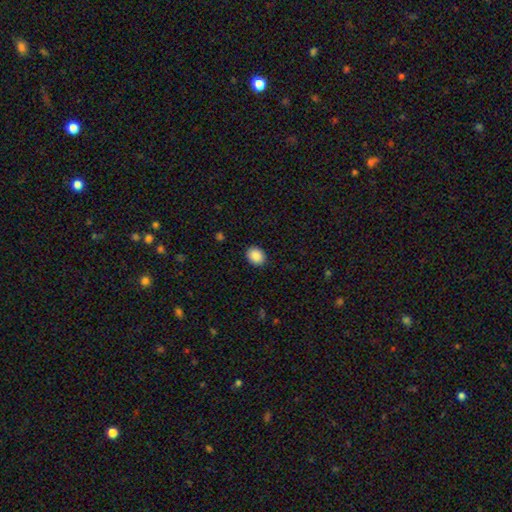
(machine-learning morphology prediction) smooth 89%, star or artifact 8%, featured or disk 3%. Down the decision tree: how rounded — in between (52%); merging — none (90%).